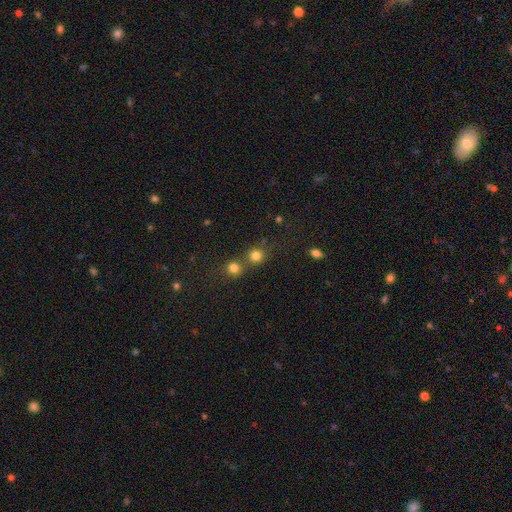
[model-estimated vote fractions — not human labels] smooth-or-featured: smooth: 78% | star or artifact: 15% | featured or disk: 7%
  how-rounded: round: 88% | in between: 11% | cigar-shaped: 1%
  merging: none: 54% | merger: 36% | minor disturbance: 7% | major disturbance: 3%